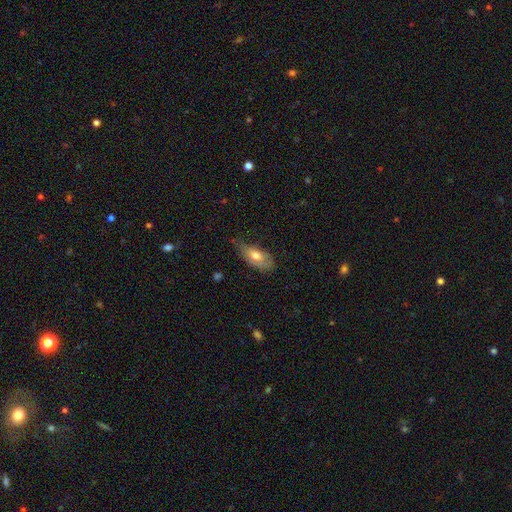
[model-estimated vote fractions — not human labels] Smooth or featured?
  - smooth: 68% *
  - featured or disk: 25%
  - star or artifact: 7%
How rounded?
  - in between: 87% *
  - cigar-shaped: 9%
  - round: 4%
Merging?
  - none: 44% *
  - minor disturbance: 42%
  - major disturbance: 12%
  - merger: 2%